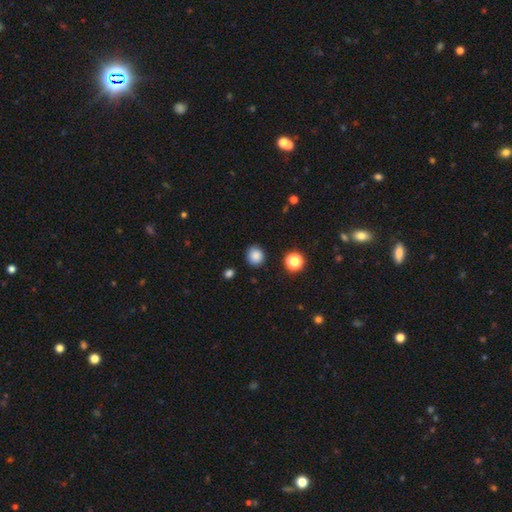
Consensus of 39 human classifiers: Smooth or featured? smooth (87%)
How rounded? round (88%)
Merging? none (80%)